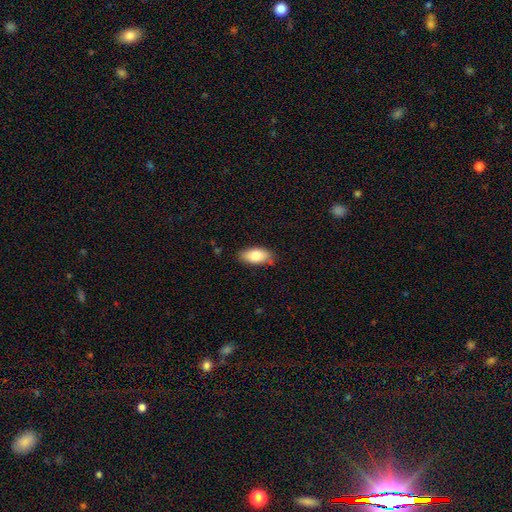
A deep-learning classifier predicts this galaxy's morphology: smooth-or-featured: smooth: 81% | featured or disk: 12% | star or artifact: 7%
  how-rounded: in between: 91% | cigar-shaped: 6% | round: 3%
  merging: none: 81% | minor disturbance: 15% | major disturbance: 2% | merger: 1%